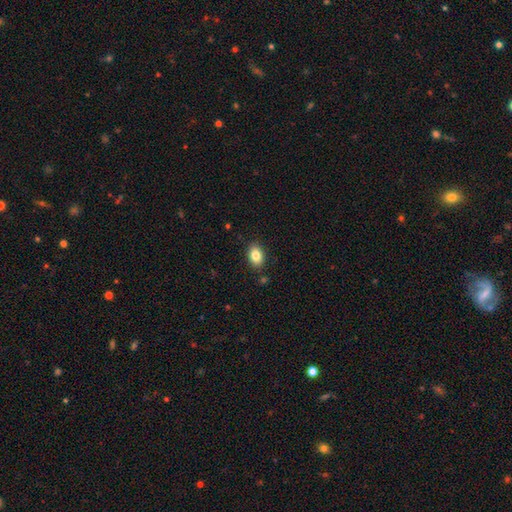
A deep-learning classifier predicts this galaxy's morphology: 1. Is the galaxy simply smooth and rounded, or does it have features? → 83% smooth, 9% star or artifact, 9% featured or disk.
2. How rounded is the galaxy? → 82% in between, 16% round, 1% cigar-shaped.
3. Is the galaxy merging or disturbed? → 87% none, 9% minor disturbance, 2% major disturbance, 2% merger.